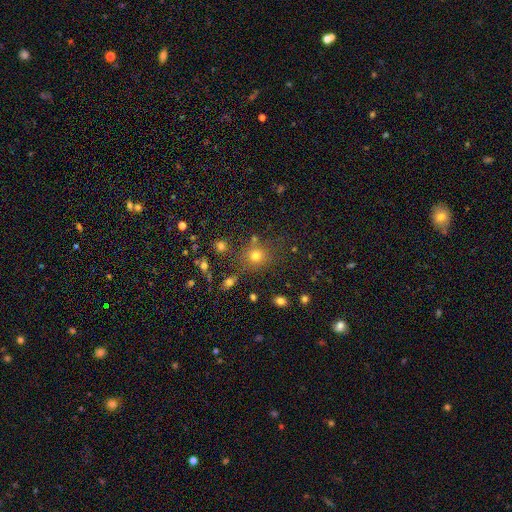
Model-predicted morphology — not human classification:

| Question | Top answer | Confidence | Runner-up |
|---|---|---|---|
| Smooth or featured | smooth | 73% | star or artifact (18%) |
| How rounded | round | 83% | in between (16%) |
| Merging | none | 74% | minor disturbance (12%) |